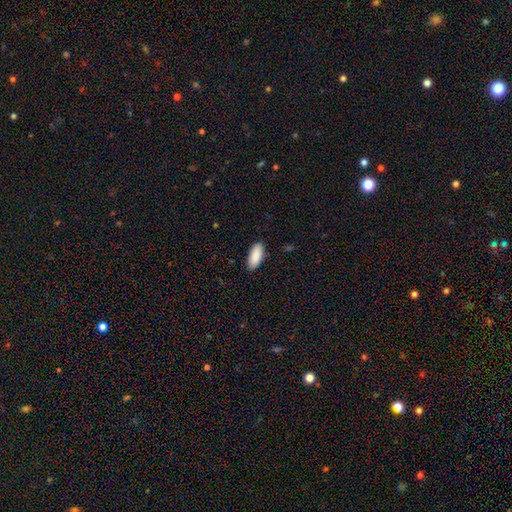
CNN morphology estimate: Q: Smooth or featured?
A: smooth (91%); runner-up: star or artifact (6%)
Q: How rounded?
A: in between (89%); runner-up: cigar-shaped (10%)
Q: Merging?
A: none (88%); runner-up: minor disturbance (9%)